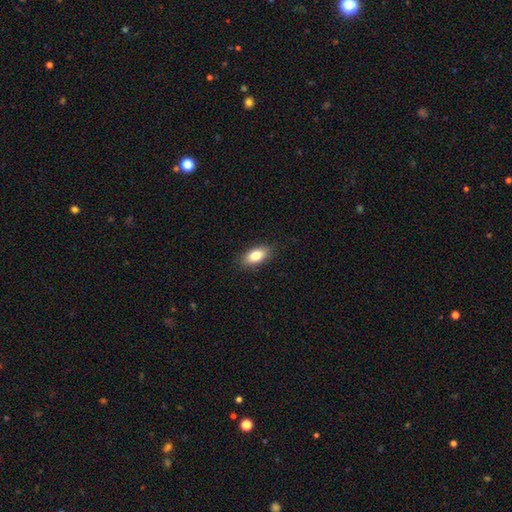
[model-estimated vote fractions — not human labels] Smooth or featured?
  - smooth: 82% *
  - featured or disk: 11%
  - star or artifact: 7%
How rounded?
  - in between: 88% *
  - cigar-shaped: 8%
  - round: 4%
Merging?
  - none: 88% *
  - minor disturbance: 9%
  - major disturbance: 2%
  - merger: 1%